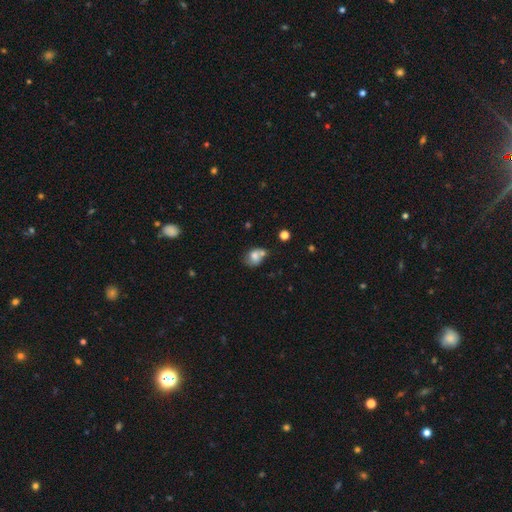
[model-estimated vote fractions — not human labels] Q: Smooth or featured?
A: smooth (66%); runner-up: featured or disk (23%)
Q: How rounded?
A: in between (50%); runner-up: round (49%)
Q: Merging?
A: merger (41%); runner-up: none (31%)